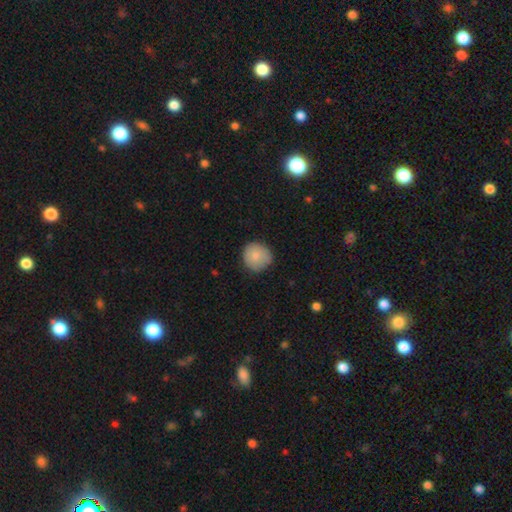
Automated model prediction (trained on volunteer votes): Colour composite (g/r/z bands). It shows a smooth galaxy with no disk features (83%) that is round (92%). Merging: none (80%).